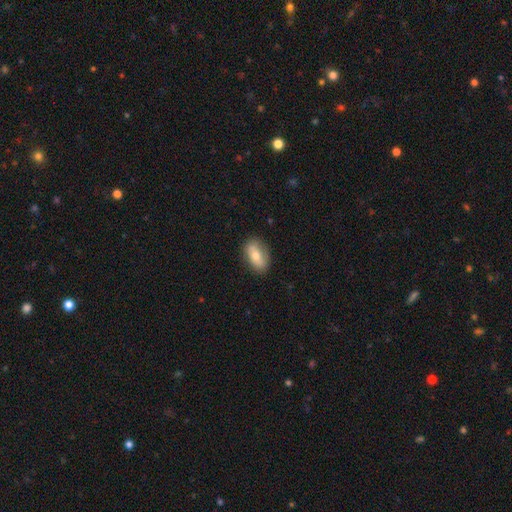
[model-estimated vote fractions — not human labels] The model was most divided on "smooth or featured": smooth: 66%, featured or disk: 27%, star or artifact: 7%. More confident: how rounded — in between (88%); merging — none (82%).